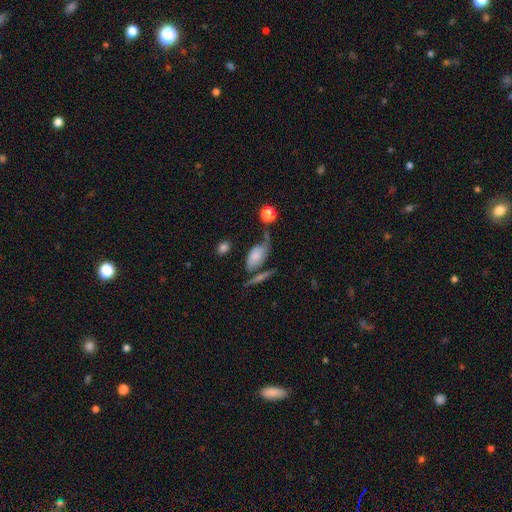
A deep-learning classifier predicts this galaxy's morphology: This appears to be a smooth galaxy with no disk features (55%) that is in between round and cigar-shaped (86%). Merging: none (39%).